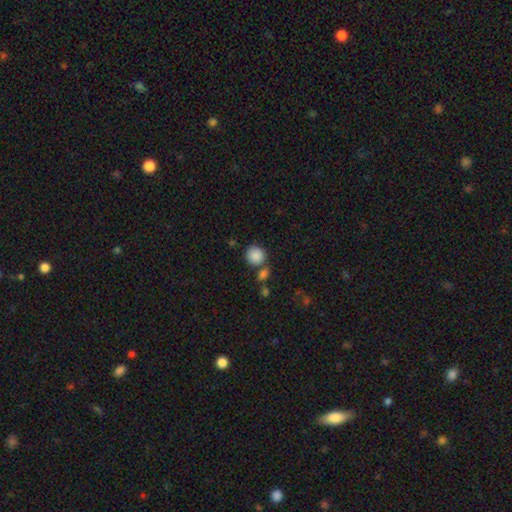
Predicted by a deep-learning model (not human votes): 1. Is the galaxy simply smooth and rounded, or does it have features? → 87% smooth, 9% star or artifact, 4% featured or disk.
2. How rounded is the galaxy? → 86% round, 13% in between, 1% cigar-shaped.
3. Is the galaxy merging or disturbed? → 68% none, 17% merger, 11% minor disturbance, 4% major disturbance.